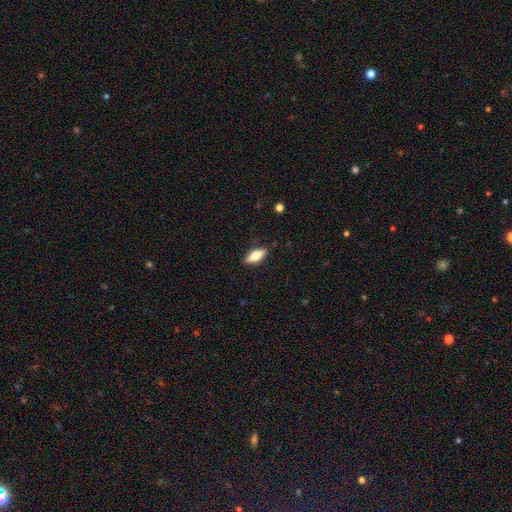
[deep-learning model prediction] A smooth galaxy with no disk features (62%) that is in between round and cigar-shaped (70%).

Vote fractions:
- Smooth or featured? smooth: 62% / featured or disk: 31% / star or artifact: 6%
- How rounded? in between: 70% / cigar-shaped: 27% / round: 3%
- Merging? none: 87% / minor disturbance: 10% / major disturbance: 2% / merger: 1%